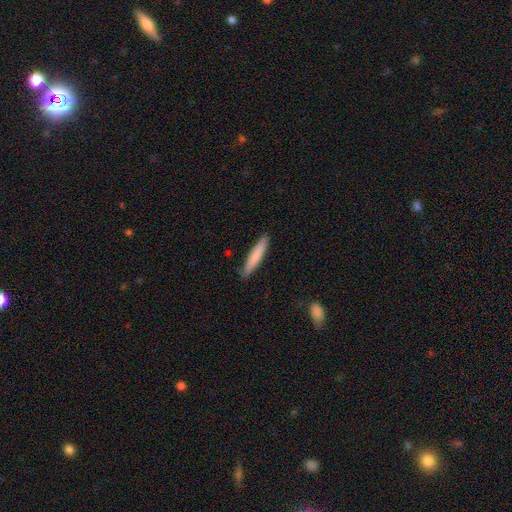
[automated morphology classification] Smooth or featured? smooth (78%)
How rounded? cigar-shaped (92%)
Merging? none (88%)